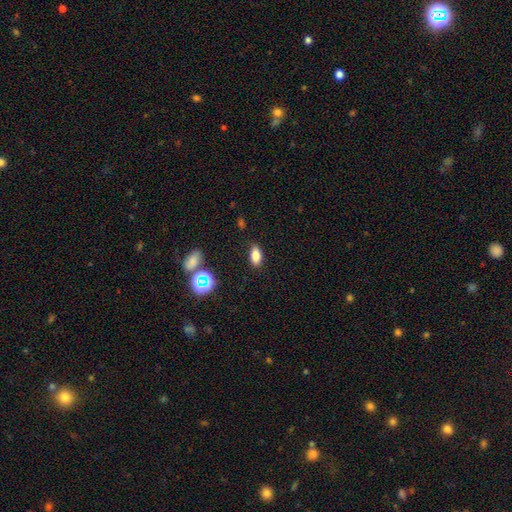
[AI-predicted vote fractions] Smooth or featured: smooth — 79% (star or artifact — 13%)
How rounded: in between — 85% (cigar-shaped — 8%)
Merging: none — 84% (minor disturbance — 11%)